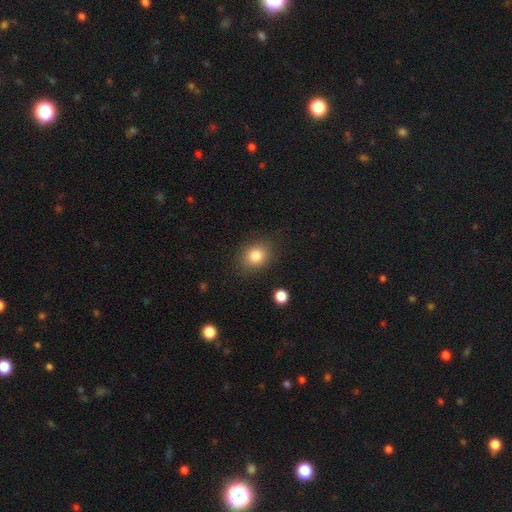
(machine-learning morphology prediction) Smooth or featured? smooth (82%)
How rounded? round (62%)
Merging? none (86%)